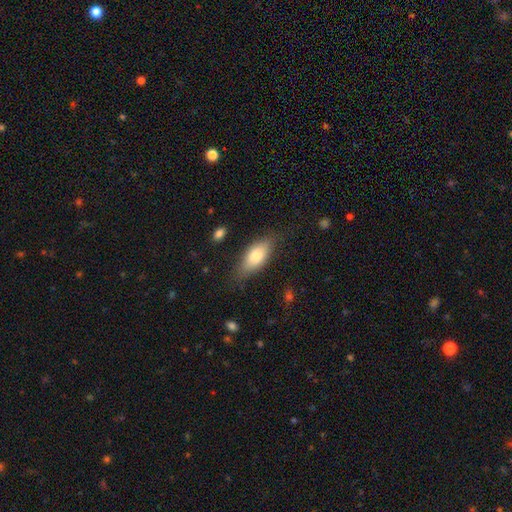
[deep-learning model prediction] Smooth or featured? smooth (75%)
How rounded? in between (79%)
Merging? none (76%)